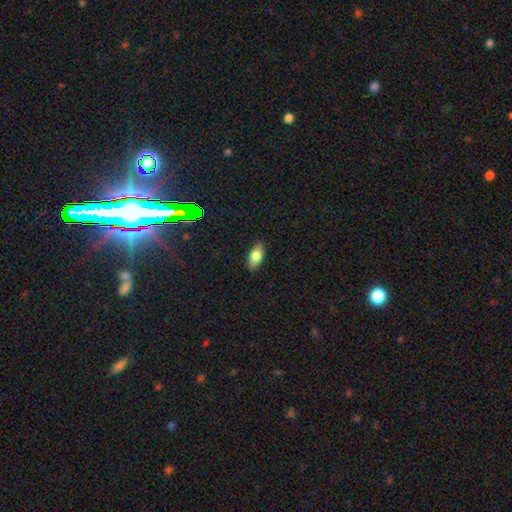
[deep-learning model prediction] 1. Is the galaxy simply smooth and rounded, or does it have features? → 79% smooth, 13% featured or disk, 8% star or artifact.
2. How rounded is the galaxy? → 89% in between, 8% cigar-shaped, 3% round.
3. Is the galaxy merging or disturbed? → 88% none, 9% minor disturbance, 2% major disturbance, 1% merger.